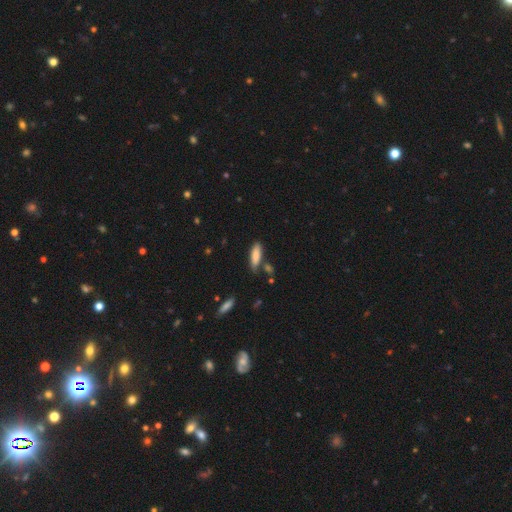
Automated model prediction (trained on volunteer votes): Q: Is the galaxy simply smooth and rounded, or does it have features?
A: smooth — 83%.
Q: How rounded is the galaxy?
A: cigar-shaped — 50%.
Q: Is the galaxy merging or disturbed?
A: none — 70%.